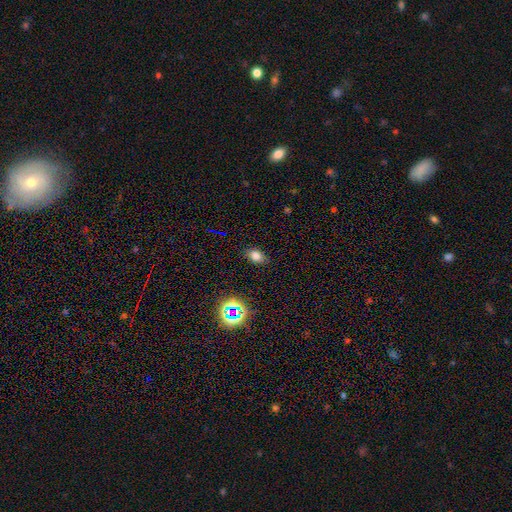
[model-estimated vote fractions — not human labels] Morphology: type=smooth (74%); roundness=in between (79%); merging=none (84%).